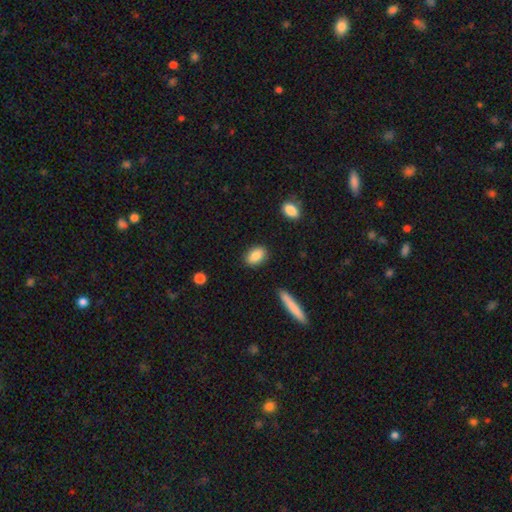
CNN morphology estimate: Q: Smooth or featured?
A: smooth (86%); runner-up: featured or disk (7%)
Q: How rounded?
A: in between (84%); runner-up: round (12%)
Q: Merging?
A: none (87%); runner-up: minor disturbance (9%)